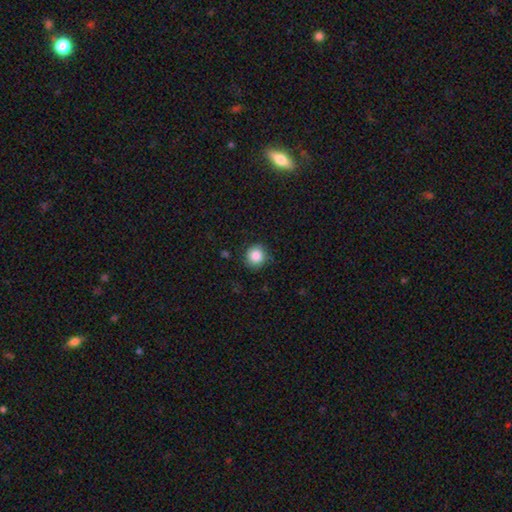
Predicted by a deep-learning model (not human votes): Smooth or featured: smooth — 86% (star or artifact — 9%)
How rounded: round — 92% (in between — 7%)
Merging: none — 84% (minor disturbance — 12%)